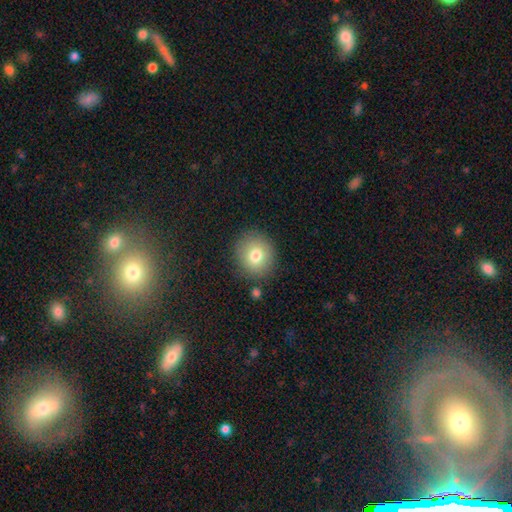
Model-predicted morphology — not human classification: smooth-or-featured: smooth: 77% | featured or disk: 12% | star or artifact: 10%
  how-rounded: round: 84% | in between: 15% | cigar-shaped: 1%
  merging: none: 84% | minor disturbance: 10% | major disturbance: 3% | merger: 3%